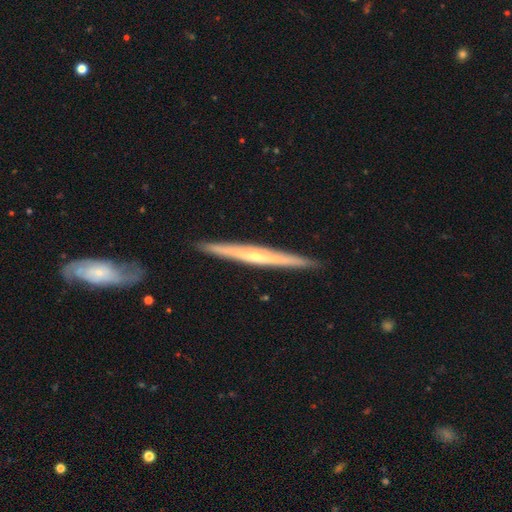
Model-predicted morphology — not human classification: The model was most divided on "edge-on bulge": rounded: 62%, none: 35%, boxy: 4%. More confident: edge-on disk — yes (97%); merging — none (92%); smooth or featured — featured or disk (74%).